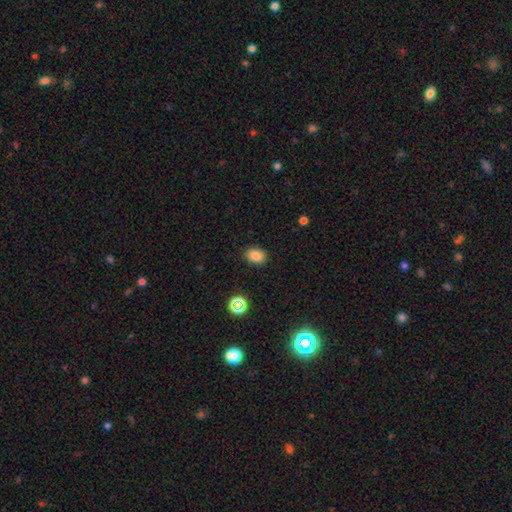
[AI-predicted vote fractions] Smooth or featured?
  - smooth: 84% *
  - star or artifact: 12%
  - featured or disk: 4%
How rounded?
  - in between: 67% *
  - round: 32%
  - cigar-shaped: 1%
Merging?
  - none: 88% *
  - minor disturbance: 9%
  - major disturbance: 2%
  - merger: 1%